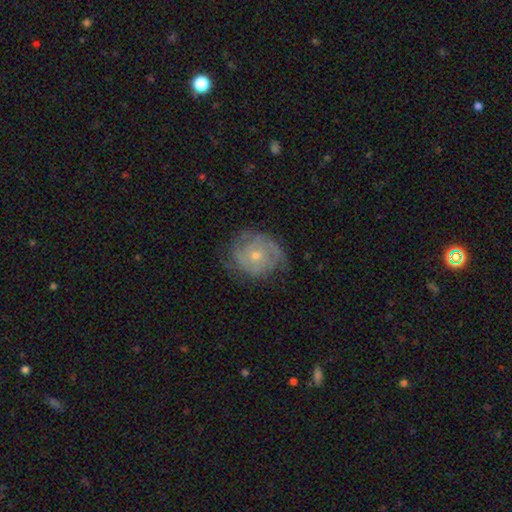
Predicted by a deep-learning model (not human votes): A featured or disk galaxy (75%) with no bar (81%), tight (63%) spiral arms (89%) and a small central bulge (60%). Merging: none (68%).